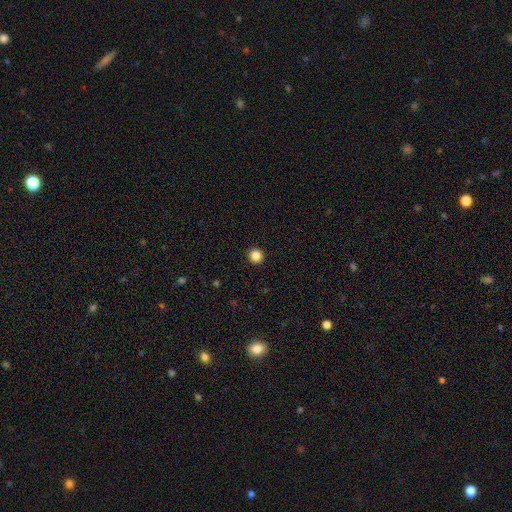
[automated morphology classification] This is clearly a smooth galaxy (86%). How rounded: clearly round (94%). Merging: clearly none (94%).